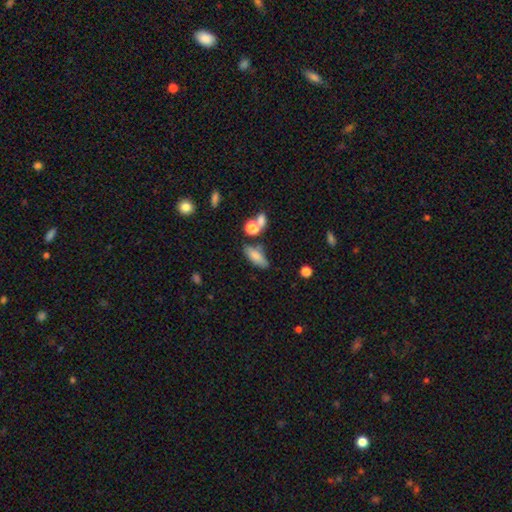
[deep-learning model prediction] Q: Smooth or featured?
A: smooth (78%); runner-up: featured or disk (13%)
Q: How rounded?
A: in between (74%); runner-up: cigar-shaped (22%)
Q: Merging?
A: none (62%); runner-up: minor disturbance (19%)